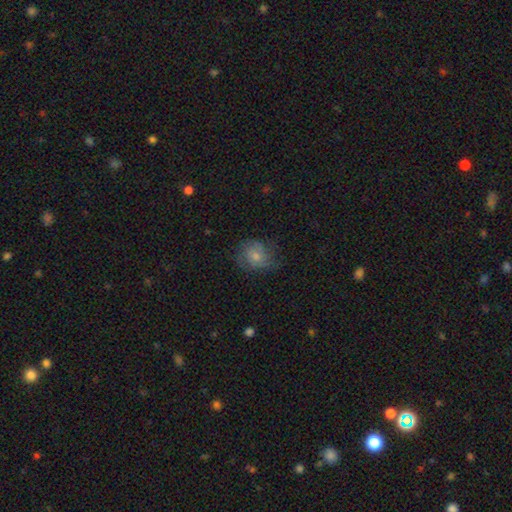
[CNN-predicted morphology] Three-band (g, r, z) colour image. It shows a smooth galaxy with no disk features (60%) that is round (65%). Merging: none (59%).